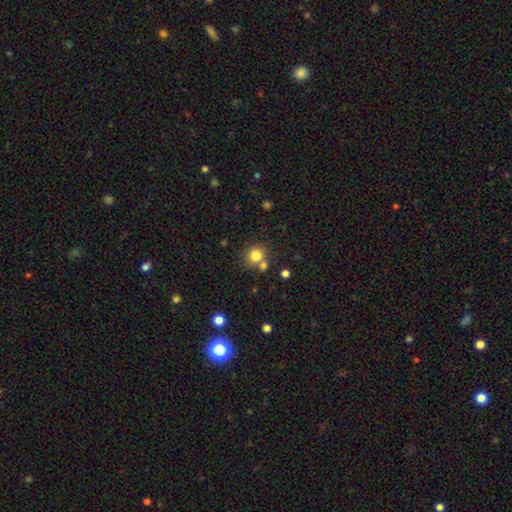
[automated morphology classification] smooth 79%, star or artifact 12%, featured or disk 8%. Down the decision tree: how rounded — round (86%); merging — none (65%).